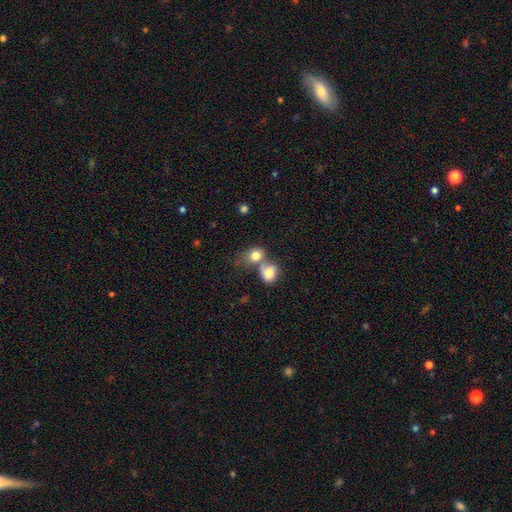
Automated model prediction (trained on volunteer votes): Overall: smooth (79%). How rounded: round (56%; in between 43%). Merging: merger (56%; none 29%).